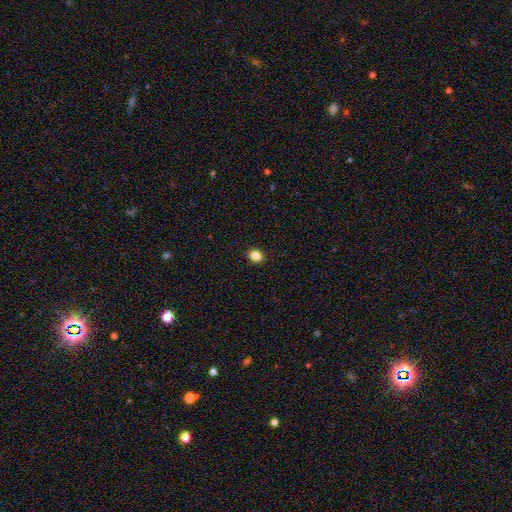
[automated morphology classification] Smooth or featured: smooth — 84% (star or artifact — 12%)
How rounded: round — 62% (in between — 37%)
Merging: none — 92% (minor disturbance — 6%)